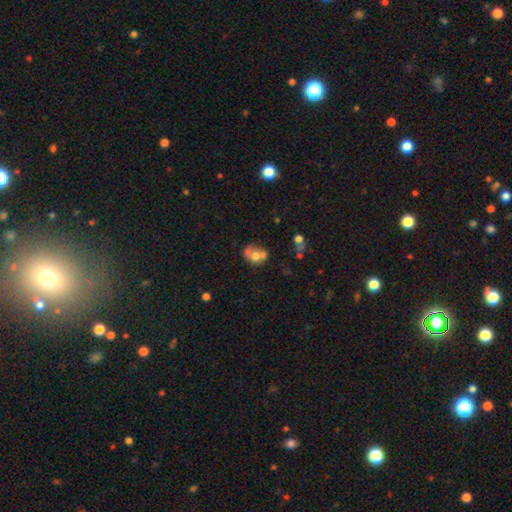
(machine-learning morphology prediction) This appears to be a smooth galaxy with no disk features (57%) that is round (56%). Merging: merger (49%).